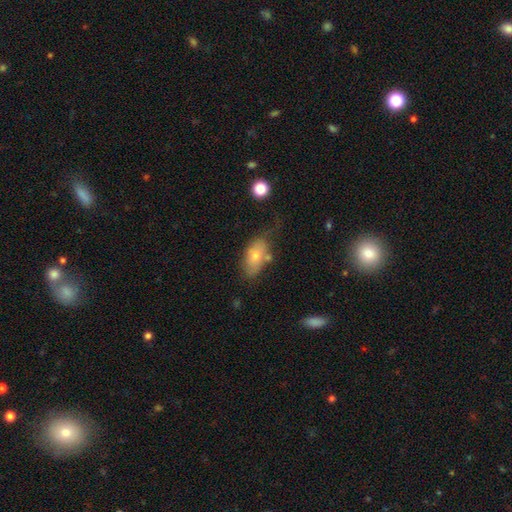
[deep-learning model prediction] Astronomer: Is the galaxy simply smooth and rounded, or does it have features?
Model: smooth — 71%.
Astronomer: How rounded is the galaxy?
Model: in between — 91%.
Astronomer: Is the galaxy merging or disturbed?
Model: none — 51%.